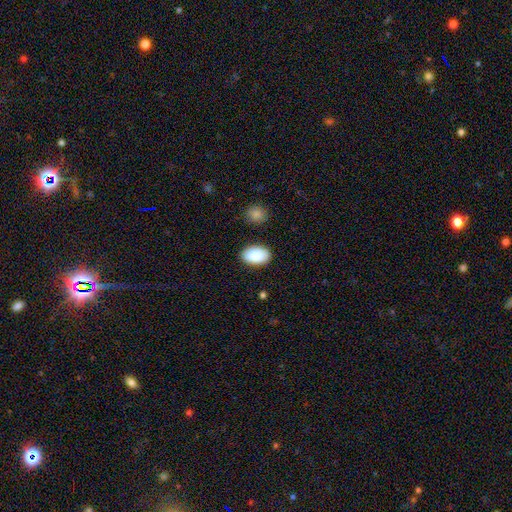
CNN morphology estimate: This appears to be a smooth galaxy with no disk features (87%) that is in between round and cigar-shaped (92%). Merging: none (86%).